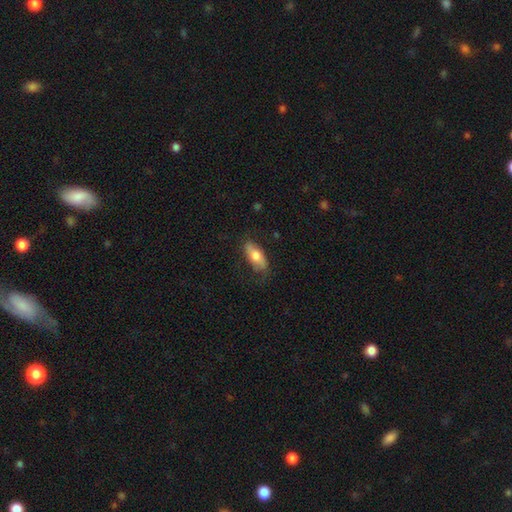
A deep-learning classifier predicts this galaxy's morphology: smooth 68%, featured or disk 26%, star or artifact 6%. Down the decision tree: how rounded — in between (81%); merging — none (73%).